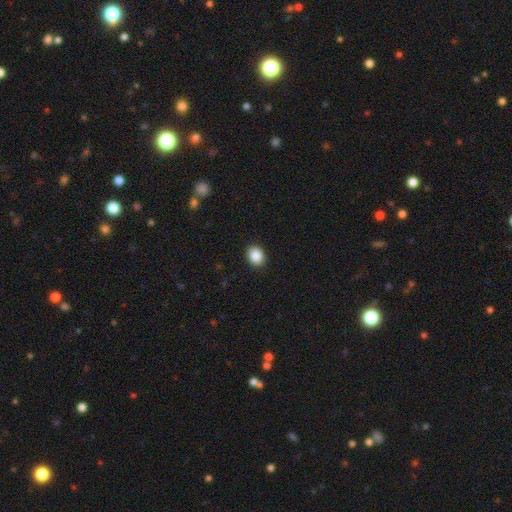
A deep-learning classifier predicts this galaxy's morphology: Q: Smooth or featured?
A: smooth (88%); runner-up: star or artifact (8%)
Q: How rounded?
A: round (53%); runner-up: in between (46%)
Q: Merging?
A: none (91%); runner-up: minor disturbance (6%)